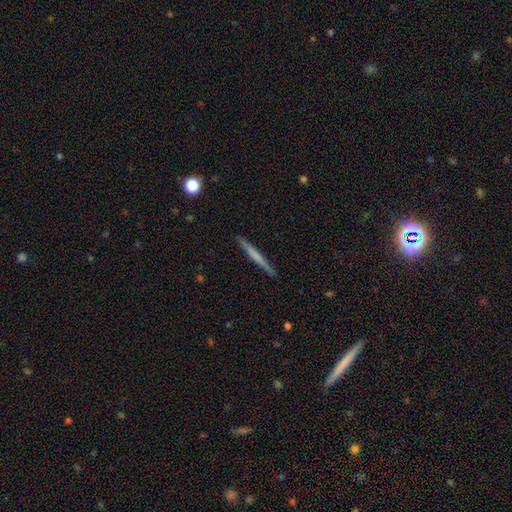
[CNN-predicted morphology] Smooth or featured: smooth — 48% (featured or disk — 46%)
Merging: none — 91% (minor disturbance — 7%)